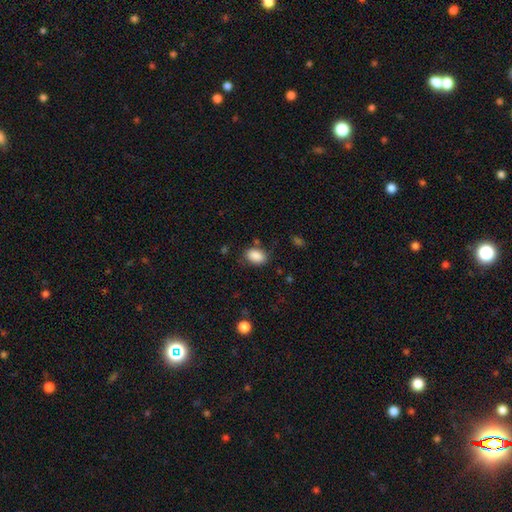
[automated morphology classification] The model was most divided on "merging": none: 77%, minor disturbance: 16%, major disturbance: 5%, merger: 3%. More confident: smooth or featured — smooth (88%); how rounded — in between (85%).